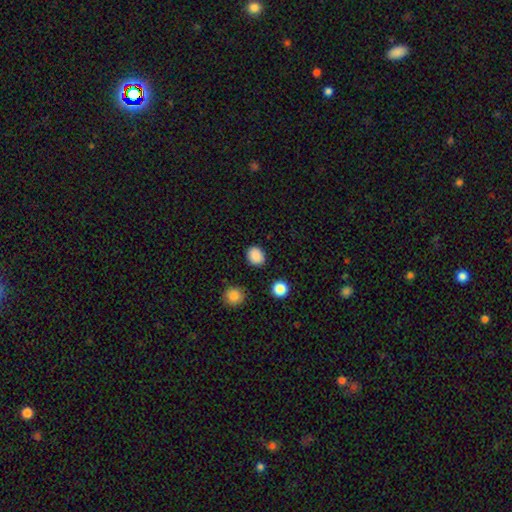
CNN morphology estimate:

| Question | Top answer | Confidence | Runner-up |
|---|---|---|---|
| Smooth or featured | smooth | 87% | star or artifact (10%) |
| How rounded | round | 68% | in between (31%) |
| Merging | none | 88% | minor disturbance (8%) |